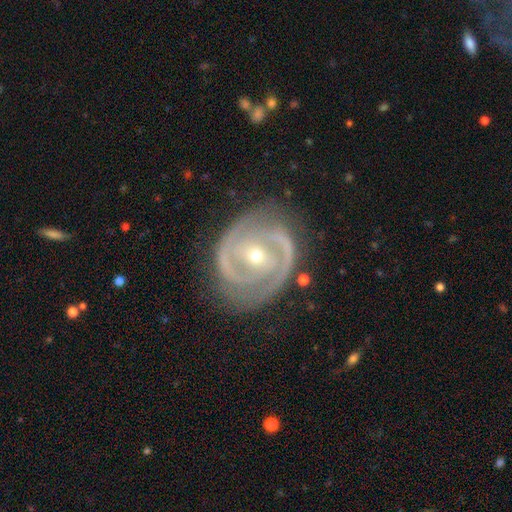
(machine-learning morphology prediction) The model was most divided on "bar": no: 45%, weak: 30%, strong: 25%. More confident: edge-on disk — no (97%); spiral arms — yes (96%); smooth or featured — featured or disk (91%); spiral arm count — 2 (83%); merging — none (78%); bulge size — small (58%); spiral winding — tight (57%).